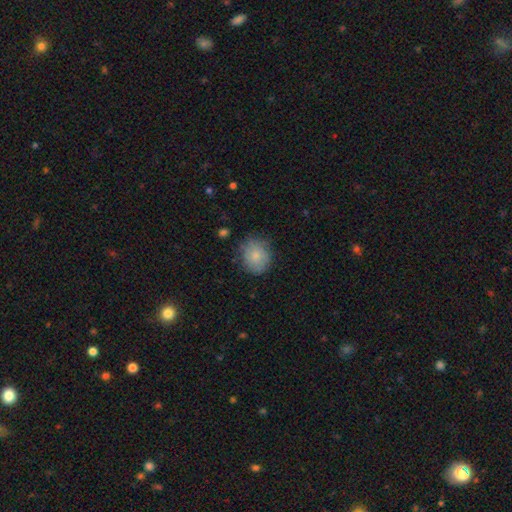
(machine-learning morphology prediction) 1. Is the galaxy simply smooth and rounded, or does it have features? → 76% smooth, 16% featured or disk, 8% star or artifact.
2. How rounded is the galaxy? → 71% round, 28% in between, 1% cigar-shaped.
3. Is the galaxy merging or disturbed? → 73% none, 20% minor disturbance, 5% major disturbance, 2% merger.